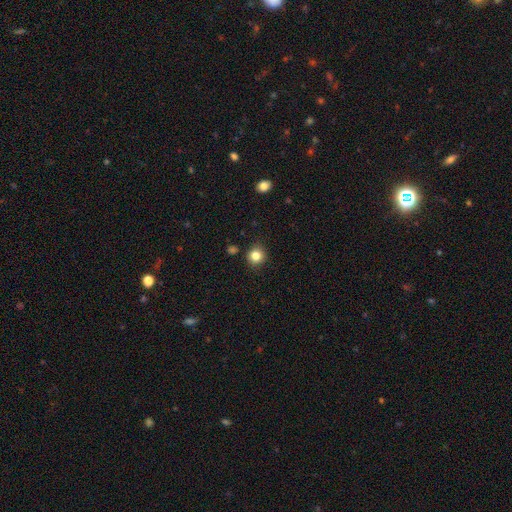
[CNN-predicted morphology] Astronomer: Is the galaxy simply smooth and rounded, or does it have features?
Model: smooth — 82%.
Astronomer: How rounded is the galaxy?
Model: round — 90%.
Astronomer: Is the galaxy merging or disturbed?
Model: none — 89%.